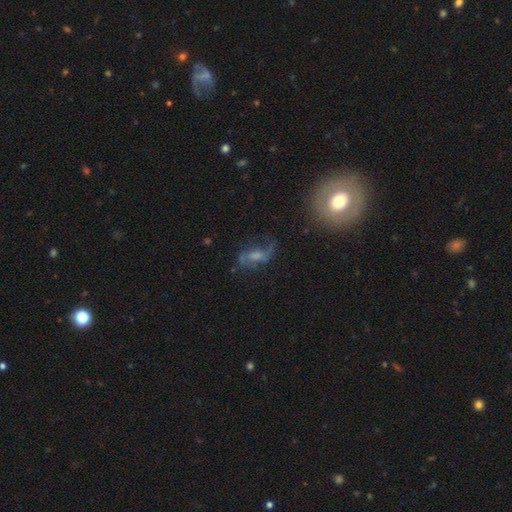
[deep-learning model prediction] Smooth or featured?
  - featured or disk: 64% *
  - smooth: 24%
  - star or artifact: 13%
Edge-on disk?
  - no: 93% *
  - yes: 7%
Bar?
  - no: 43% *
  - weak: 42%
  - strong: 14%
Spiral arms?
  - yes: 85% *
  - no: 15%
Bulge size?
  - moderate: 35% *
  - small: 28%
  - none: 23%
  - large: 12%
  - dominant: 2%
Merging?
  - none: 52% *
  - major disturbance: 23%
  - minor disturbance: 21%
  - merger: 4%